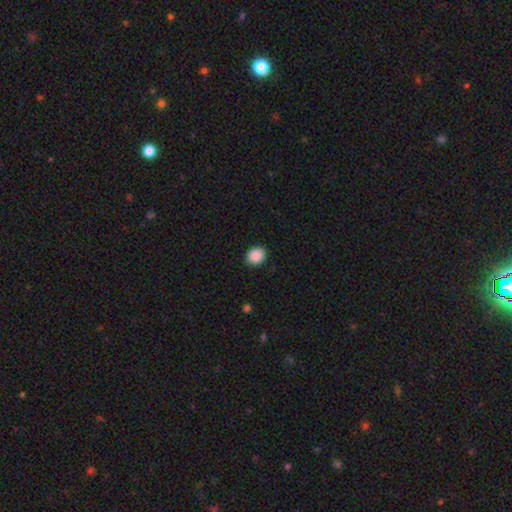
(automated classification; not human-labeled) Smooth or featured? smooth (89%)
How rounded? round (72%)
Merging? none (89%)